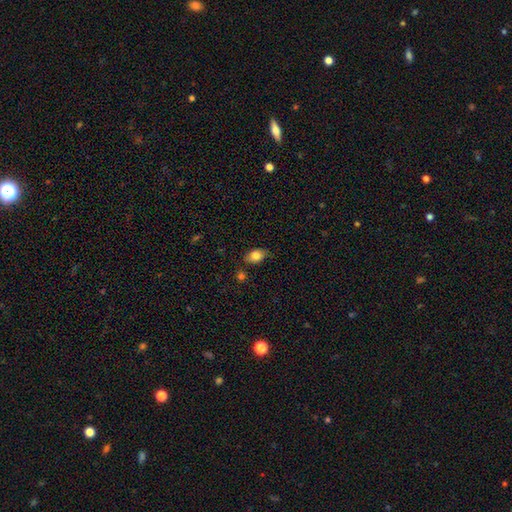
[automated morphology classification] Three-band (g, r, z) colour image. It shows a smooth galaxy with no disk features (81%) that is in between round and cigar-shaped (83%). Merging: none (78%).